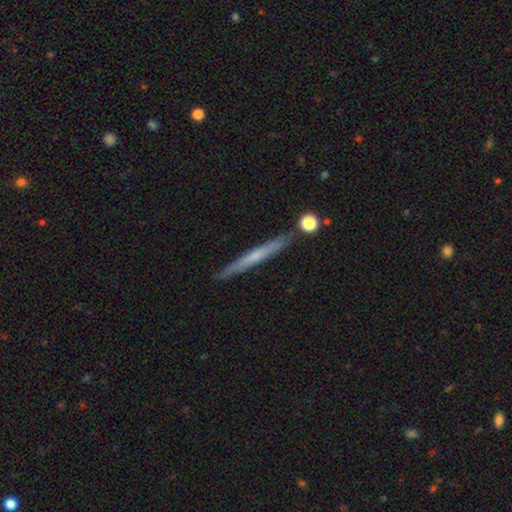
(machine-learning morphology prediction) This appears to be a featured or disk galaxy (50%) viewed edge-on (96%). Merging: none (86%).